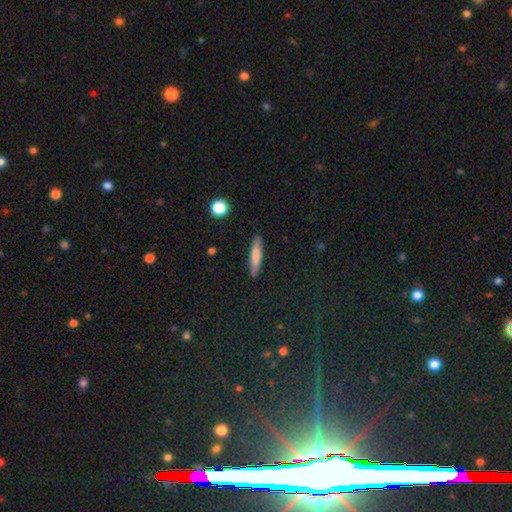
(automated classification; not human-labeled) Smooth or featured? Predicted: smooth (p=0.73). How rounded? Predicted: cigar-shaped (p=0.90). Merging? Predicted: none (p=0.90).